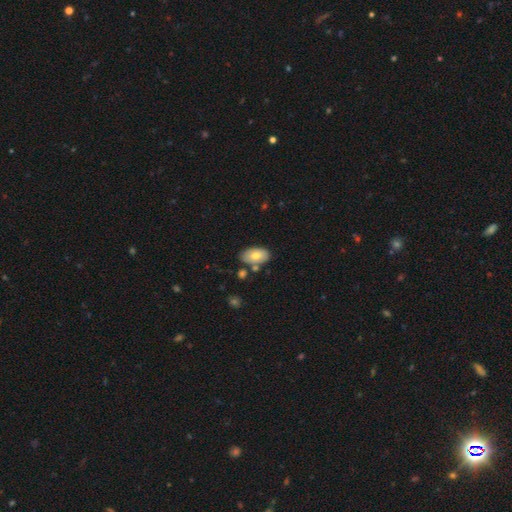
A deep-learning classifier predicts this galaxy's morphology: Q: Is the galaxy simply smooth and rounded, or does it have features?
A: smooth — 71%.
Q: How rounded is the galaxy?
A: in between — 93%.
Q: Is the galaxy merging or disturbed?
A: none — 71%.